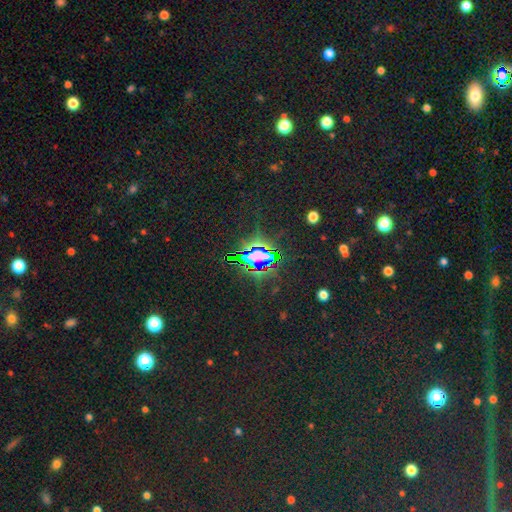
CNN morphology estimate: type=star or artifact (75%).